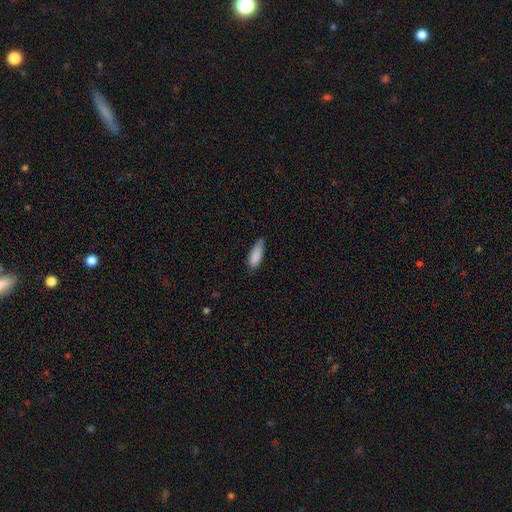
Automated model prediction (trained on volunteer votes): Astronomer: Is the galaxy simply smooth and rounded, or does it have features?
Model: smooth — 87%.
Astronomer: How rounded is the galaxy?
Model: in between — 62%.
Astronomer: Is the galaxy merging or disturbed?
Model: none — 60%.